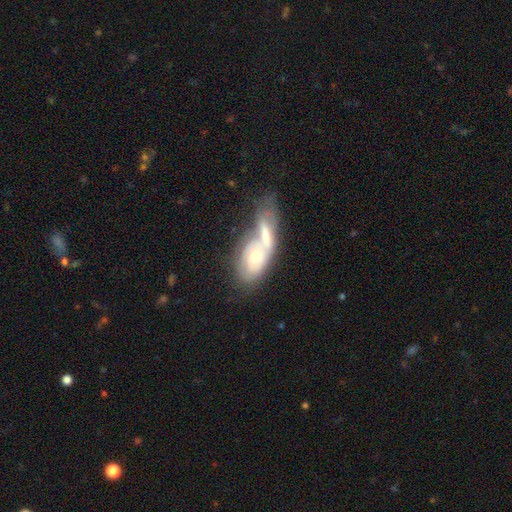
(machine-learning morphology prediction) smooth-or-featured: featured or disk: 56% | smooth: 38% | star or artifact: 6%
  disk-edge-on: no: 89% | yes: 11%
  merging: merger: 62% | none: 19% | minor disturbance: 10% | major disturbance: 8%